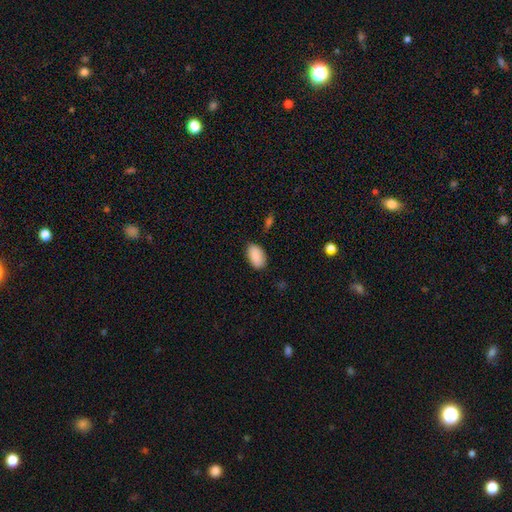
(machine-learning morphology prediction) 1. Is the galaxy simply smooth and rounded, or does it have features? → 90% smooth, 7% star or artifact, 3% featured or disk.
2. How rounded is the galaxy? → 93% in between, 5% round, 2% cigar-shaped.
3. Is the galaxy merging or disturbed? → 85% none, 11% minor disturbance, 3% major disturbance, 1% merger.